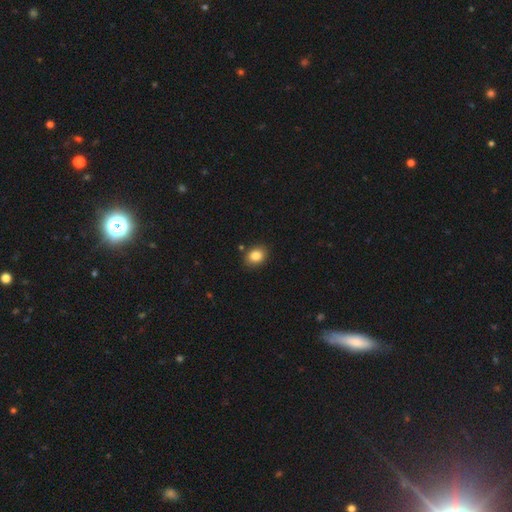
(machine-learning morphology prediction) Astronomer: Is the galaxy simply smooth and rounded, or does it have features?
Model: smooth — 84%.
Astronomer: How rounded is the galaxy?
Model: in between — 53% (runner-up: round, 46%).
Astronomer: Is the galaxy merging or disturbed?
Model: none — 85%.